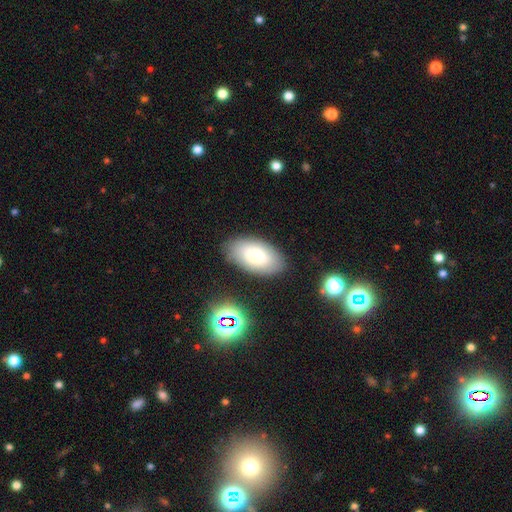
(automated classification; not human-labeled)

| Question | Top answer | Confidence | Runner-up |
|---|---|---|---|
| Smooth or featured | smooth | 75% | featured or disk (17%) |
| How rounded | in between | 94% | round (4%) |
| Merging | none | 83% | minor disturbance (11%) |